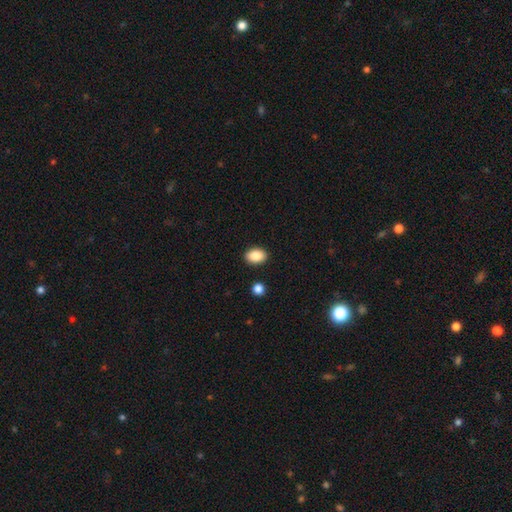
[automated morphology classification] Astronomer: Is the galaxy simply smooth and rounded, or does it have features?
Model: smooth — 87%.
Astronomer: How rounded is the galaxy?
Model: in between — 80%.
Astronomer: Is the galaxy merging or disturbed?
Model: none — 90%.